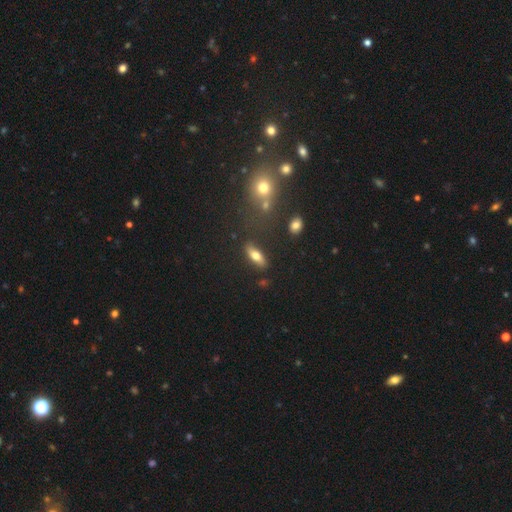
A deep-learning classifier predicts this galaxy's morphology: Smooth or featured? Predicted: smooth (p=0.66). How rounded? Predicted: in between (p=0.62). Merging? Predicted: none (p=0.81).